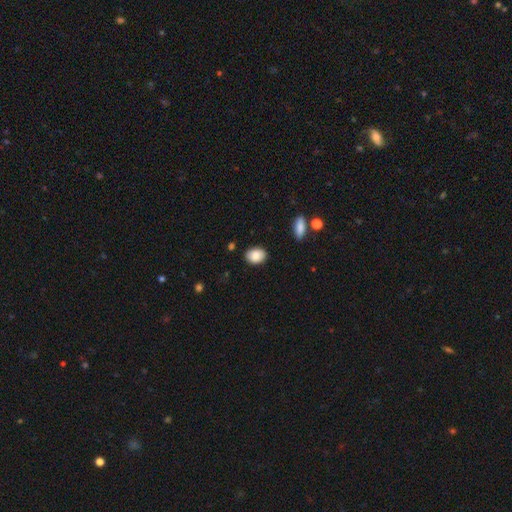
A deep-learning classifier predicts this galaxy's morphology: type=smooth (86%); roundness=in between (70%); merging=none (87%).